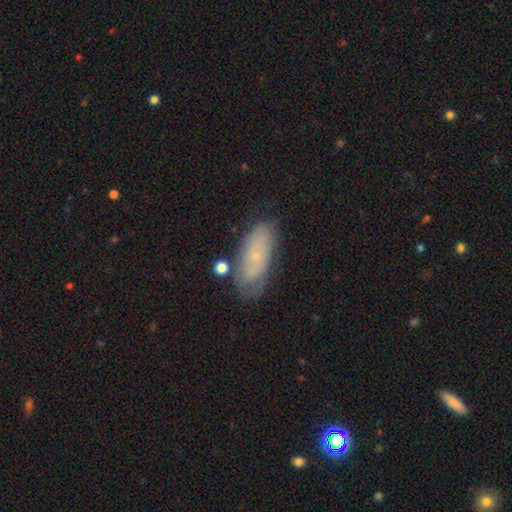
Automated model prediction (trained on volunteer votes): Smooth or featured: smooth — 56% (featured or disk — 34%)
How rounded: in between — 78% (cigar-shaped — 19%)
Merging: none — 67% (minor disturbance — 22%)